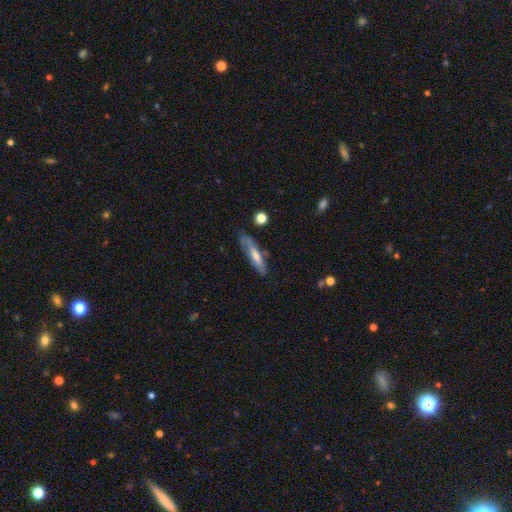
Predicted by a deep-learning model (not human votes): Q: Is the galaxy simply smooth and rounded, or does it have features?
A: smooth — 48%.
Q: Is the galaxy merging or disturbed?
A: none — 67%.